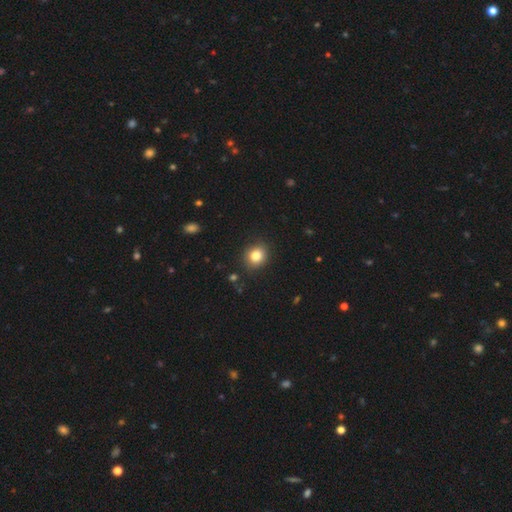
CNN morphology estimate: This is clearly a smooth galaxy (82%). How rounded: likely round (73%). Merging: clearly none (88%).